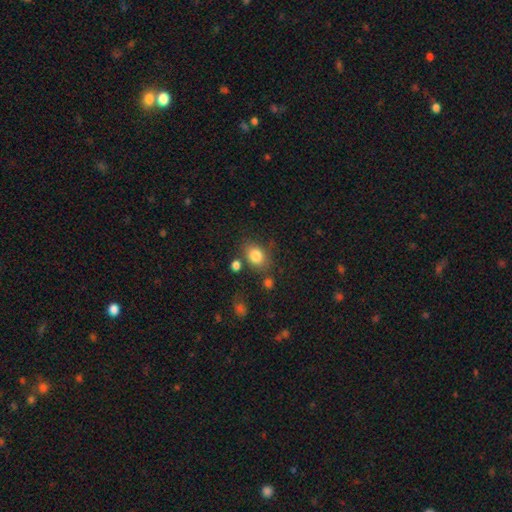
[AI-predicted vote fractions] Smooth or featured?
  - smooth: 83% *
  - star or artifact: 10%
  - featured or disk: 8%
How rounded?
  - in between: 62% *
  - round: 37%
  - cigar-shaped: 1%
Merging?
  - none: 70% *
  - minor disturbance: 16%
  - merger: 8%
  - major disturbance: 5%